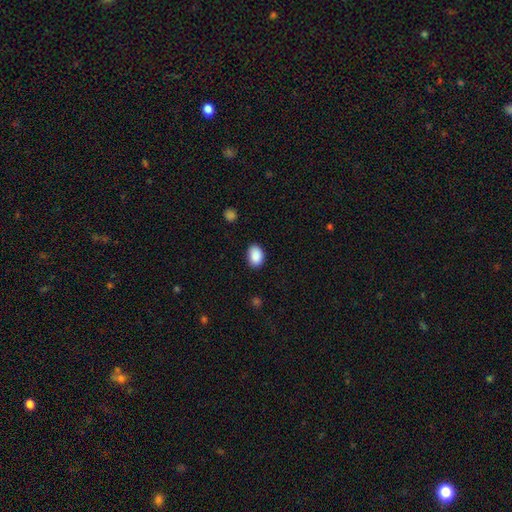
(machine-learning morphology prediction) A smooth galaxy with no disk features (90%) that is in between round and cigar-shaped (81%). Merging: none (86%).